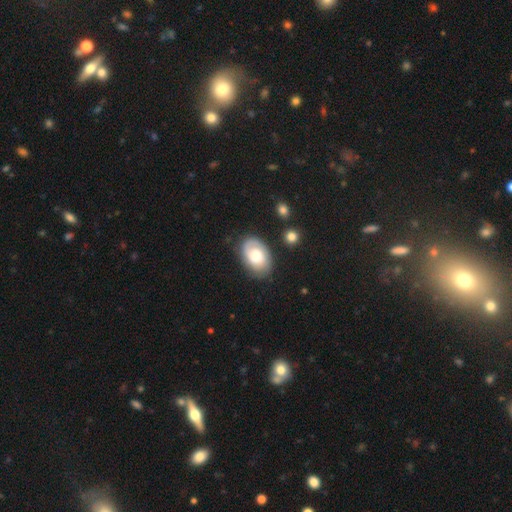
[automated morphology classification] Smooth or featured?
  - featured or disk: 50% *
  - smooth: 43%
  - star or artifact: 7%
Edge-on disk?
  - no: 96% *
  - yes: 4%
Merging?
  - none: 76% *
  - minor disturbance: 17%
  - major disturbance: 5%
  - merger: 2%